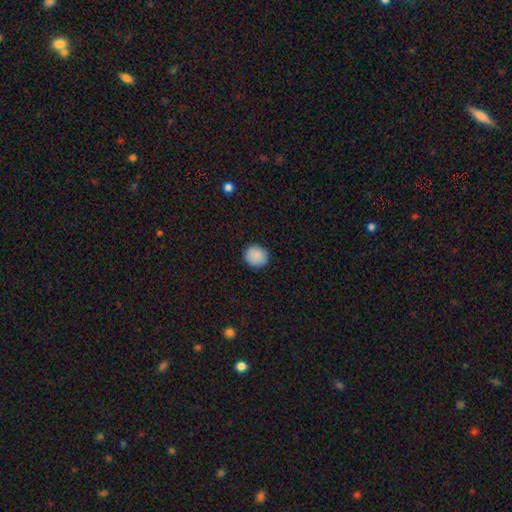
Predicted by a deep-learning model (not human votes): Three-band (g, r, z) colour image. It shows a smooth galaxy with no disk features (89%) that is round (86%). Merging: none (89%).